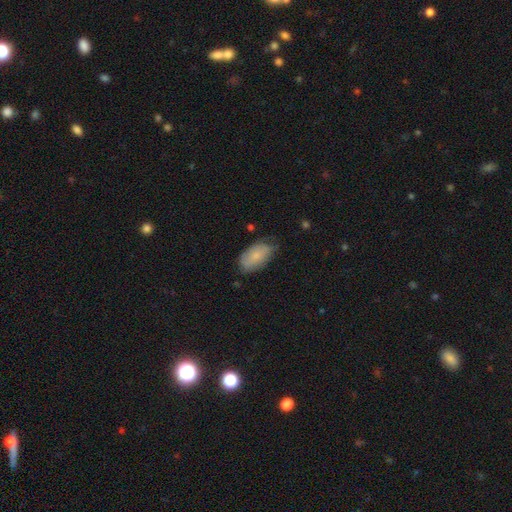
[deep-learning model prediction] Morphology: type=smooth (69%); roundness=in between (94%); merging=none (64%).